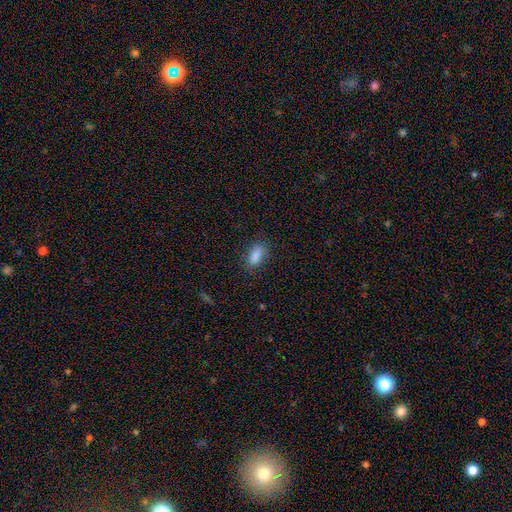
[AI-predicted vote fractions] This appears to be a smooth galaxy with no disk features (85%) that is in between round and cigar-shaped (85%). Merging: none (77%).